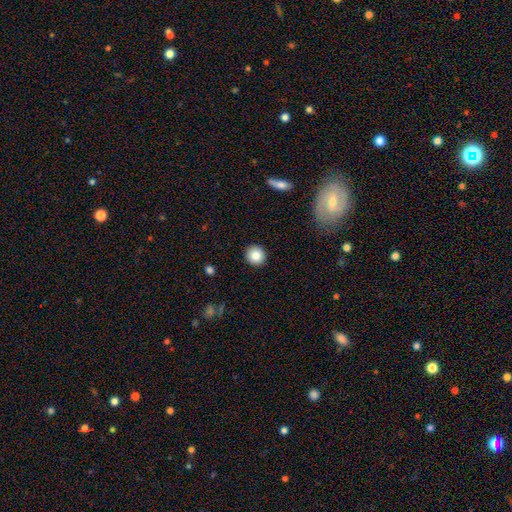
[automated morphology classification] The model was most divided on "smooth or featured": smooth: 84%, star or artifact: 9%, featured or disk: 7%. More confident: merging — none (92%); how rounded — round (92%).